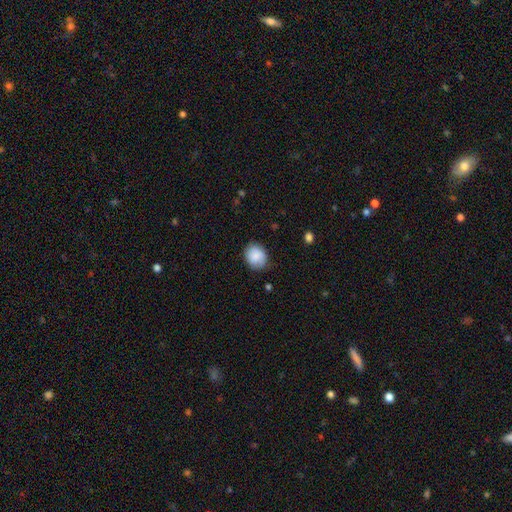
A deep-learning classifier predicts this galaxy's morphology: smooth-or-featured: smooth: 81% | featured or disk: 11% | star or artifact: 7%
  how-rounded: round: 64% | in between: 35% | cigar-shaped: 1%
  merging: none: 76% | minor disturbance: 18% | major disturbance: 4% | merger: 1%